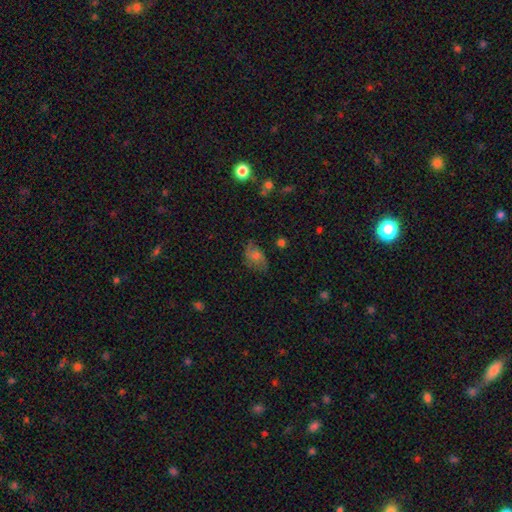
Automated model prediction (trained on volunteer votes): Overall: smooth (58%; featured or disk 30%). How rounded: in between (80%). Merging: none (59%; minor disturbance 28%).